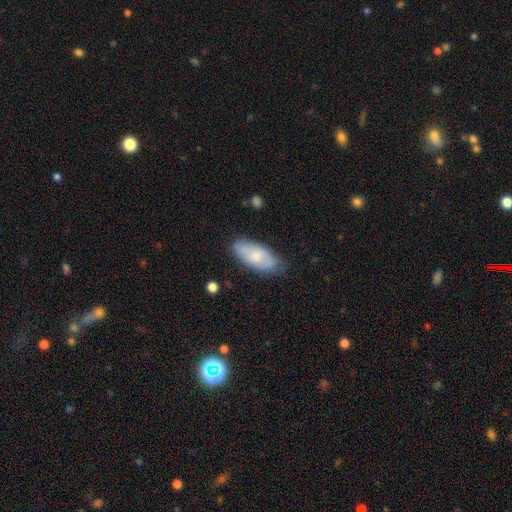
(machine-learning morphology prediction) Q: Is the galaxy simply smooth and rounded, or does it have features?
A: smooth — 72%.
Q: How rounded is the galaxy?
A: in between — 88%.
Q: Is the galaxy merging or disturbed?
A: none — 74%.